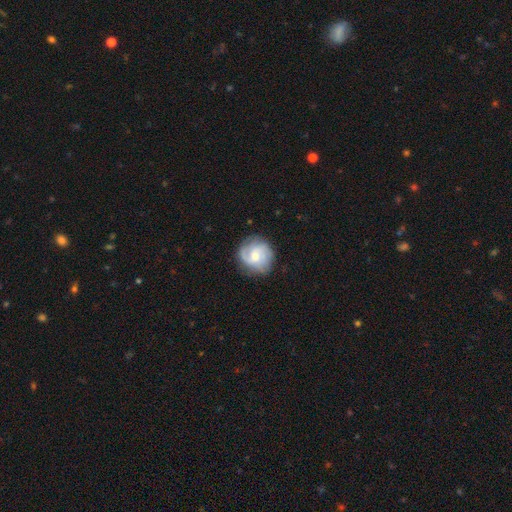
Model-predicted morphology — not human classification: Q: Smooth or featured?
A: featured or disk (64%); runner-up: smooth (30%)
Q: Edge-on disk?
A: no (98%); runner-up: yes (2%)
Q: Bar?
A: no (61%); runner-up: weak (34%)
Q: Spiral arms?
A: yes (91%); runner-up: no (9%)
Q: Spiral winding?
A: medium (42%); runner-up: tight (37%)
Q: Spiral arm count?
A: 2 (41%); runner-up: can't tell (24%)
Q: Bulge size?
A: moderate (50%); runner-up: small (42%)
Q: Merging?
A: none (77%); runner-up: minor disturbance (16%)